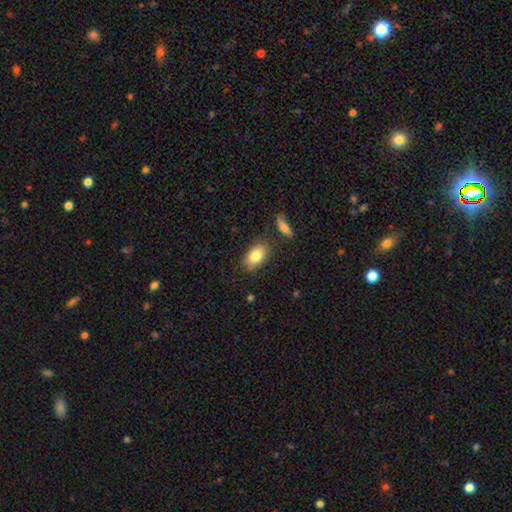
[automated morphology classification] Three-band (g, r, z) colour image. It shows a smooth galaxy with no disk features (83%) that is in between round and cigar-shaped (90%). Merging: none (79%).